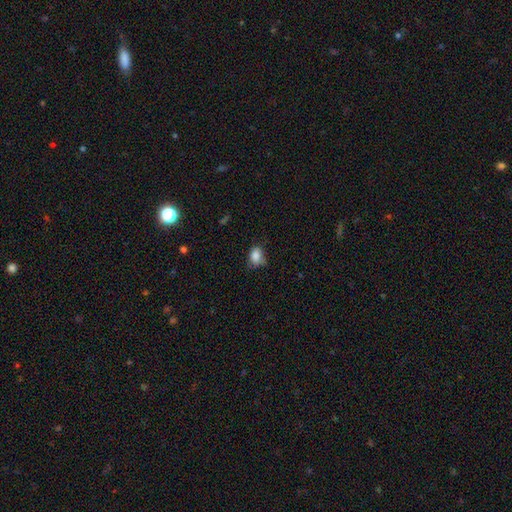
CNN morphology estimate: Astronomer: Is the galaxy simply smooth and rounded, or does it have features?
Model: smooth — 84%.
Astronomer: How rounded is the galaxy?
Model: in between — 72%.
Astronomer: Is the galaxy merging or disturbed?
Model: none — 54% (runner-up: minor disturbance, 34%).